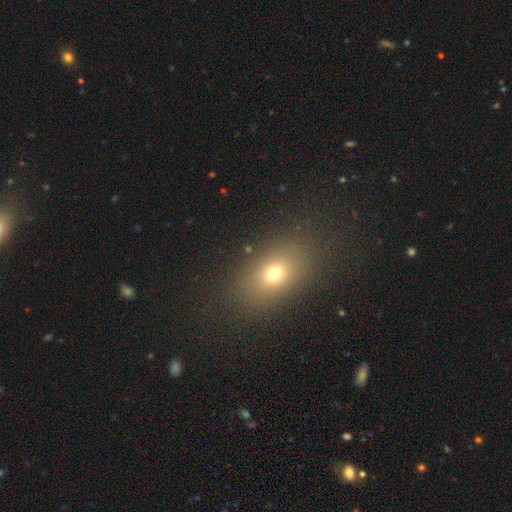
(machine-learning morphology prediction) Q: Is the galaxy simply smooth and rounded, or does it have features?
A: smooth — 65%.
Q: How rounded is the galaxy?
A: in between — 75%.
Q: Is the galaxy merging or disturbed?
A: none — 88%.